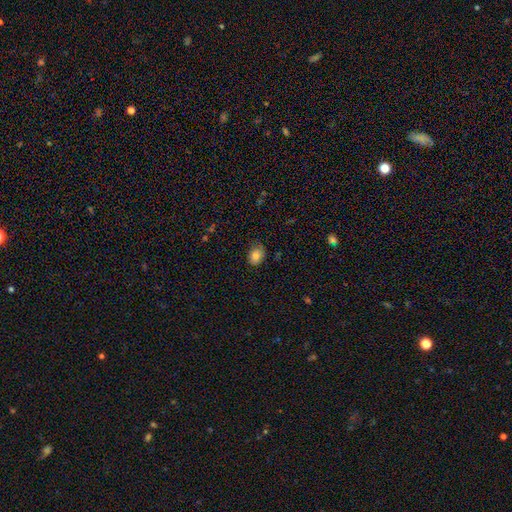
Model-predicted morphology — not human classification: This appears to be a smooth galaxy with no disk features (83%) that is in between round and cigar-shaped (67%). Merging: none (71%).